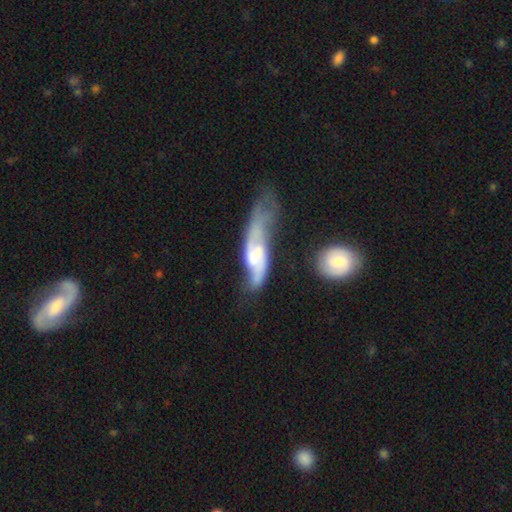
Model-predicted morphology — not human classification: Smooth or featured?
  - featured or disk: 72% *
  - smooth: 22%
  - star or artifact: 6%
Edge-on disk?
  - no: 84% *
  - yes: 16%
Bar?
  - no: 44% *
  - weak: 40%
  - strong: 15%
Spiral arms?
  - yes: 87% *
  - no: 13%
Spiral winding?
  - loose: 58% *
  - medium: 30%
  - tight: 11%
Spiral arm count?
  - 2: 84% *
  - can't tell: 8%
  - 1: 4%
  - 3: 2%
  - 4: 1%
  - more than 4: 1%
Bulge size?
  - moderate: 32% *
  - small: 30%
  - none: 22%
  - large: 13%
  - dominant: 3%
Merging?
  - major disturbance: 32% *
  - none: 29%
  - minor disturbance: 25%
  - merger: 14%